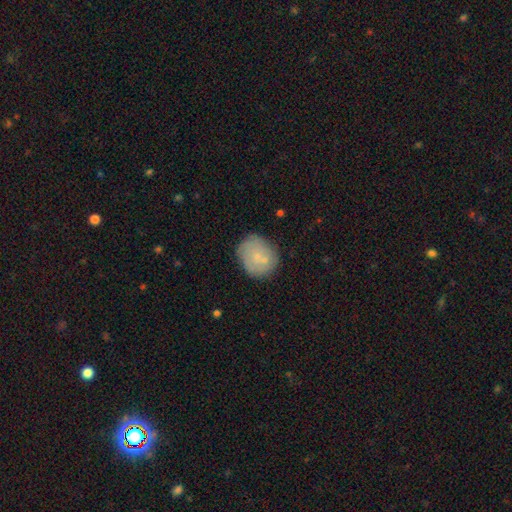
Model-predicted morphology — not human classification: type=smooth (61%); roundness=round (73%); merging=none (69%).